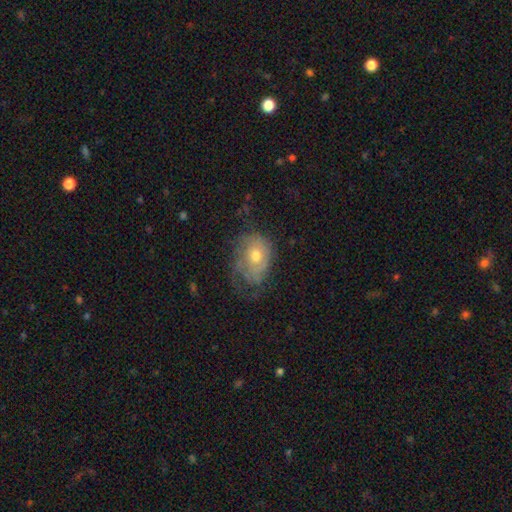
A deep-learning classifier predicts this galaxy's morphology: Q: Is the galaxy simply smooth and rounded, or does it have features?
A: featured or disk — 55%.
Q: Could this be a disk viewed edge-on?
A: no — 95%.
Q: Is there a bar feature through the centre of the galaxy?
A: no — 83%.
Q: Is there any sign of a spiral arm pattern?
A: yes — 65%.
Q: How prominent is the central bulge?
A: moderate — 68%.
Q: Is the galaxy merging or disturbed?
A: none — 45%.